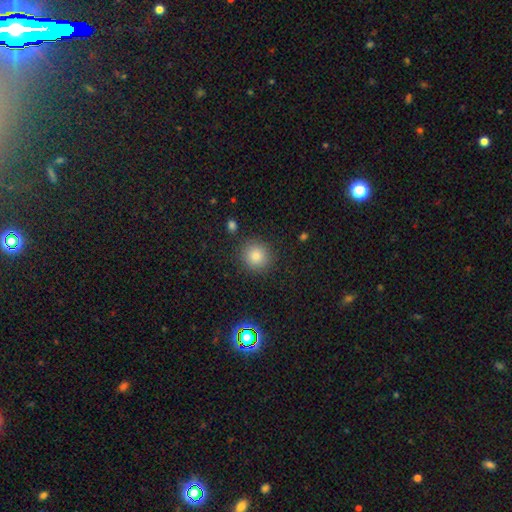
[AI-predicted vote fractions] Smooth or featured?
  - smooth: 81% *
  - star or artifact: 14%
  - featured or disk: 5%
How rounded?
  - round: 91% *
  - in between: 8%
  - cigar-shaped: 1%
Merging?
  - none: 89% *
  - minor disturbance: 7%
  - major disturbance: 3%
  - merger: 2%